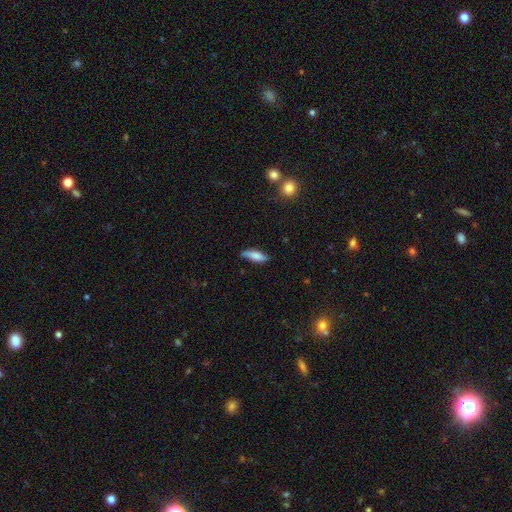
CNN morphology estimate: A smooth galaxy with no disk features (74%) that is in between round and cigar-shaped (54%).

Vote fractions:
- Smooth or featured? smooth: 74% / featured or disk: 19% / star or artifact: 7%
- How rounded? in between: 54% / cigar-shaped: 43% / round: 2%
- Merging? none: 74% / minor disturbance: 21% / major disturbance: 3% / merger: 2%